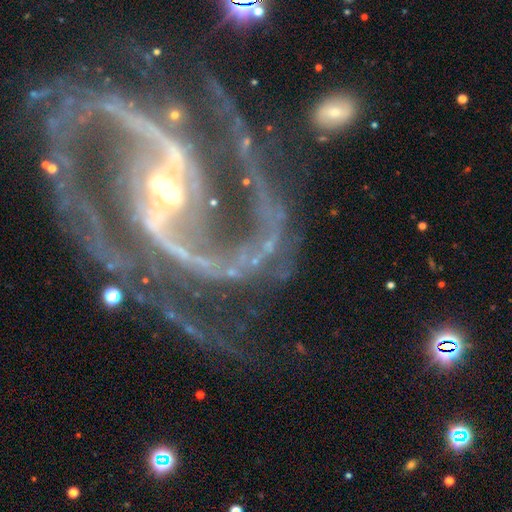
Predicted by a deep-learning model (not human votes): A featured or disk galaxy (90%) with a strong bar (61%), 2 (78%) medium (45%) spiral arms (95%) and a small central bulge (46%). Merging: none (49%).